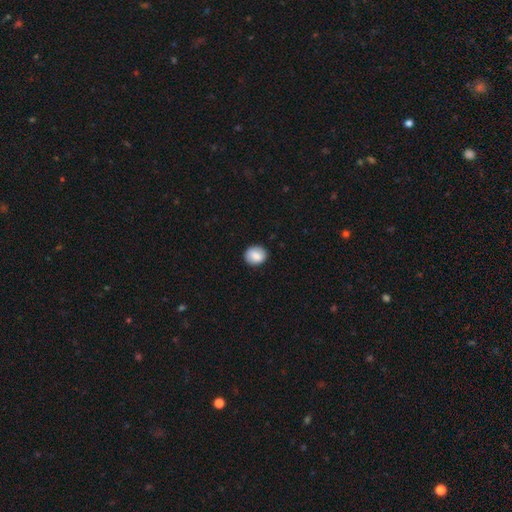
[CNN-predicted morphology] Q: Smooth or featured?
A: smooth (85%); runner-up: featured or disk (8%)
Q: How rounded?
A: round (70%); runner-up: in between (29%)
Q: Merging?
A: none (88%); runner-up: minor disturbance (9%)